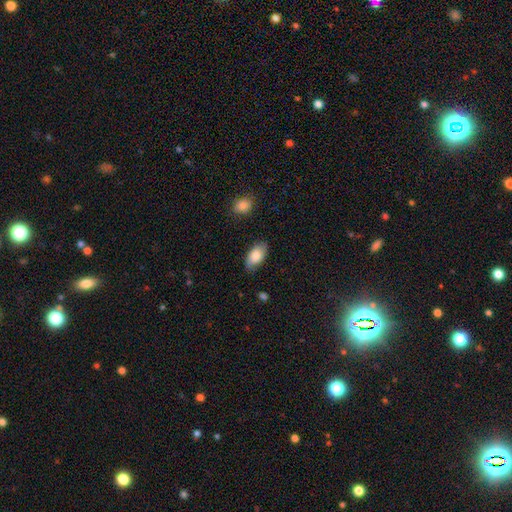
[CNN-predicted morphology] The model was most divided on "merging": none: 80%, minor disturbance: 16%, major disturbance: 3%, merger: 2%. More confident: how rounded — in between (93%); smooth or featured — smooth (82%).